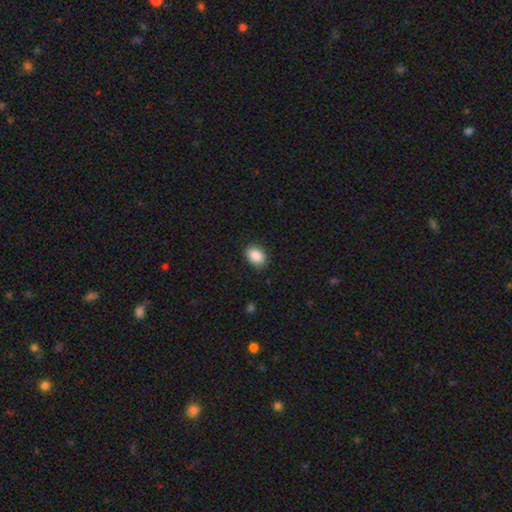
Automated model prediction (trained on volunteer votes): smooth-or-featured: smooth: 89% | star or artifact: 7% | featured or disk: 4%
  how-rounded: in between: 84% | round: 15% | cigar-shaped: 1%
  merging: none: 87% | minor disturbance: 10% | major disturbance: 2% | merger: 1%